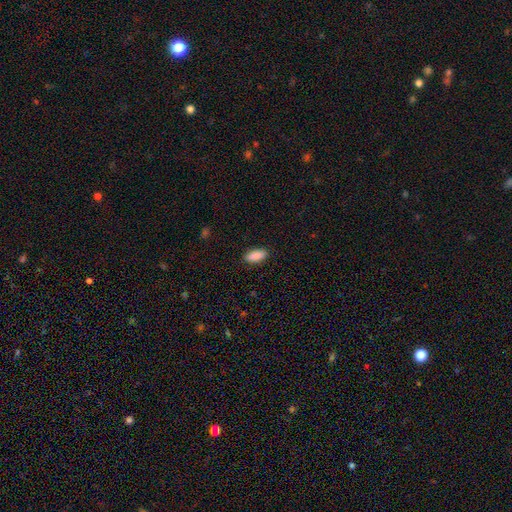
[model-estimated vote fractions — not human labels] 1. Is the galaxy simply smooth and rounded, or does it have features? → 90% smooth, 7% star or artifact, 4% featured or disk.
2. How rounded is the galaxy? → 87% in between, 11% cigar-shaped, 2% round.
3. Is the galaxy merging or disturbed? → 89% none, 8% minor disturbance, 2% major disturbance, 1% merger.